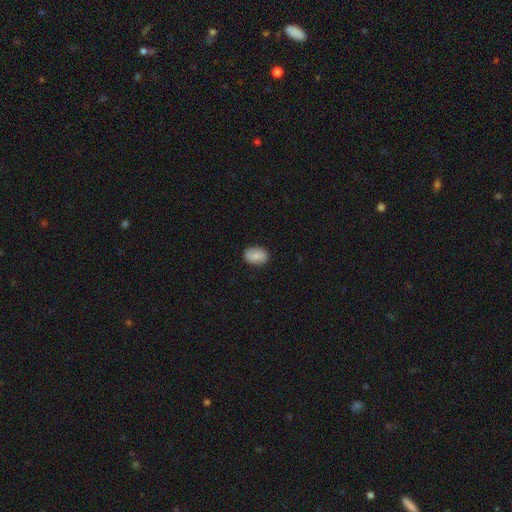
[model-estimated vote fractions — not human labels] Smooth or featured?
  - smooth: 80% *
  - featured or disk: 13%
  - star or artifact: 7%
How rounded?
  - in between: 80% *
  - round: 19%
  - cigar-shaped: 1%
Merging?
  - none: 87% *
  - minor disturbance: 10%
  - major disturbance: 2%
  - merger: 1%